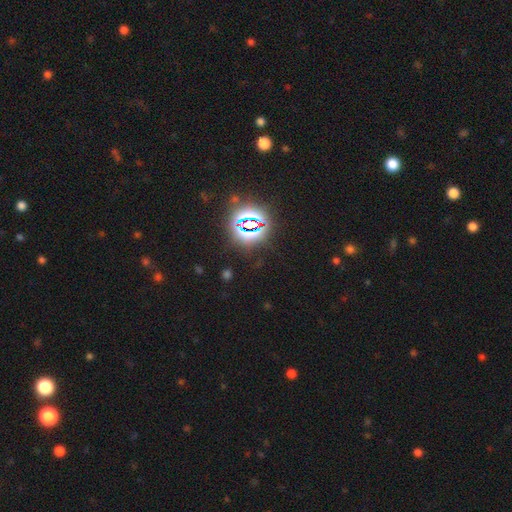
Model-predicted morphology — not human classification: smooth-or-featured: star or artifact: 81% | smooth: 12% | featured or disk: 7%